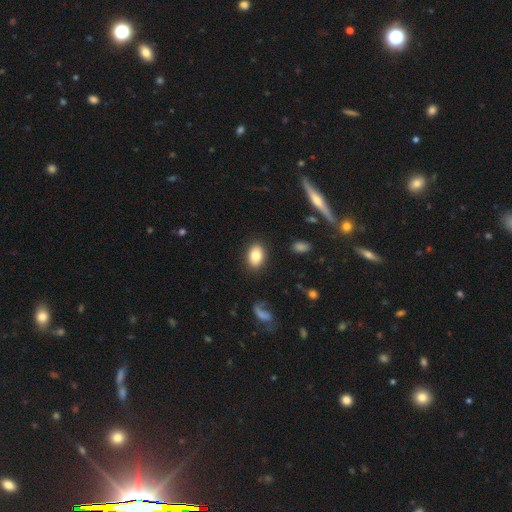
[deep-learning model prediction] Morphology: type=smooth (82%); roundness=in between (83%); merging=none (86%).